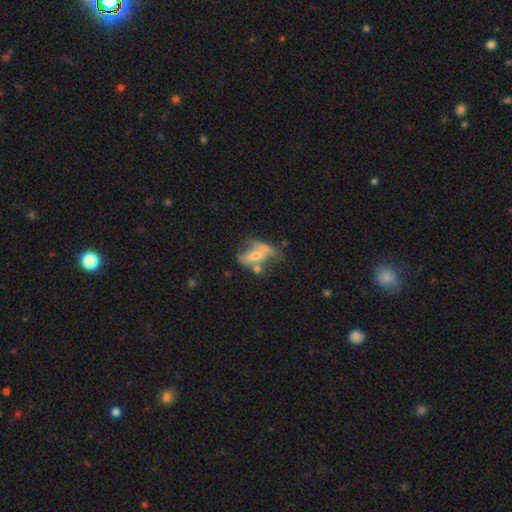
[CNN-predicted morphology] Smooth or featured: featured or disk — 55% (smooth — 35%)
Edge-on disk: no — 84% (yes — 16%)
Merging: none — 31% (merger — 25%)